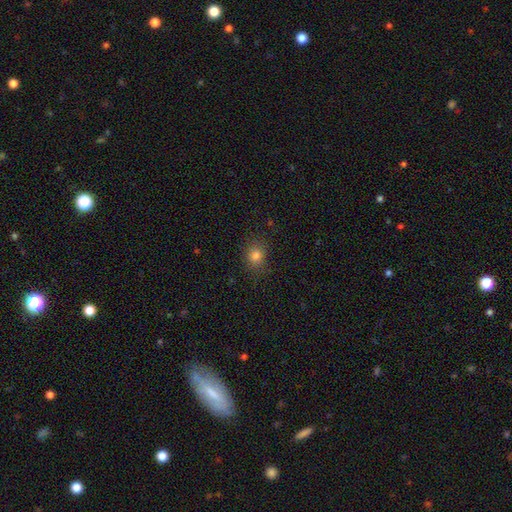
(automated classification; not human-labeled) Smooth or featured? smooth (81%)
How rounded? round (70%)
Merging? none (85%)